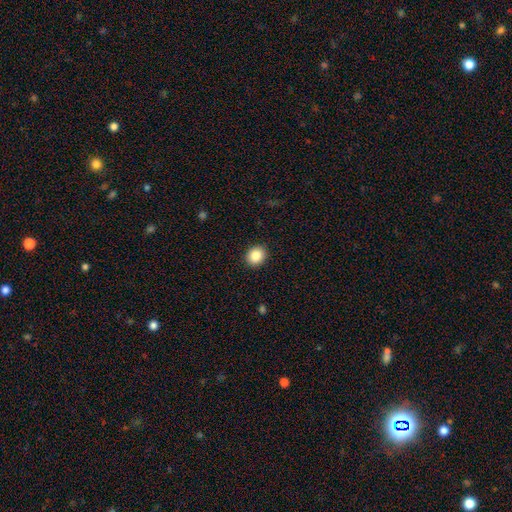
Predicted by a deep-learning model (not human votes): The model was most divided on "how rounded": round: 68%, in between: 31%, cigar-shaped: 1%. More confident: merging — none (91%); smooth or featured — smooth (86%).